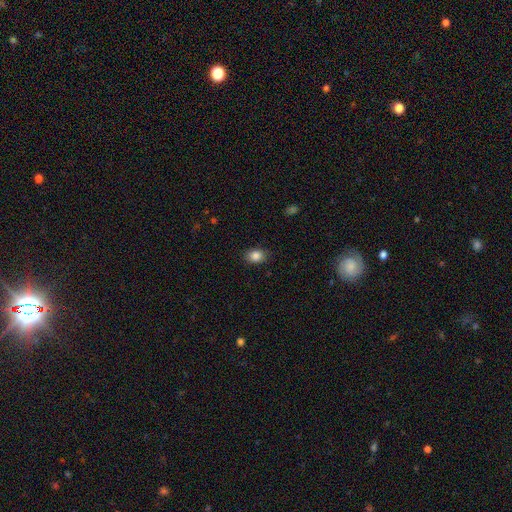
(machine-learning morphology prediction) A smooth galaxy with no disk features (86%) that is in between round and cigar-shaped (70%).

Vote fractions:
- Smooth or featured? smooth: 86% / star or artifact: 9% / featured or disk: 5%
- How rounded? in between: 70% / round: 29% / cigar-shaped: 1%
- Merging? none: 86% / minor disturbance: 10% / major disturbance: 2% / merger: 1%